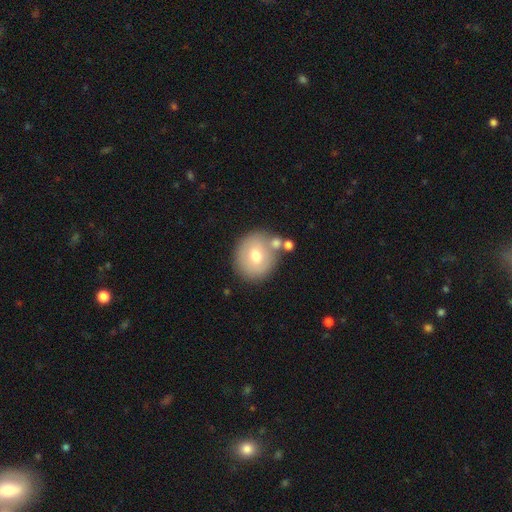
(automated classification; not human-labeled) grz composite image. It shows a smooth galaxy with no disk features (66%) that is round (79%). Merging: none (70%).